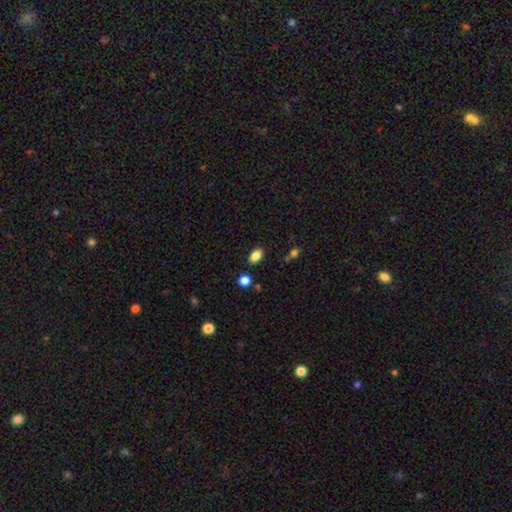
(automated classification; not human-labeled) Q: Smooth or featured?
A: smooth (85%); runner-up: star or artifact (9%)
Q: How rounded?
A: in between (86%); runner-up: round (12%)
Q: Merging?
A: none (85%); runner-up: minor disturbance (10%)